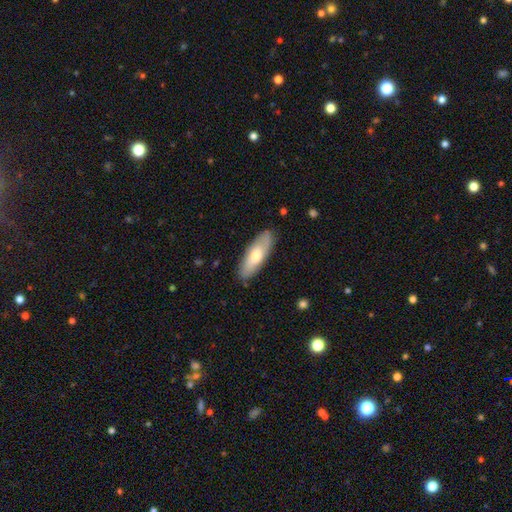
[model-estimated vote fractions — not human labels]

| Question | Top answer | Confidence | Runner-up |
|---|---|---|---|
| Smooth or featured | smooth | 62% | featured or disk (33%) |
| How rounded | in between | 63% | cigar-shaped (35%) |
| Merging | none | 85% | minor disturbance (11%) |